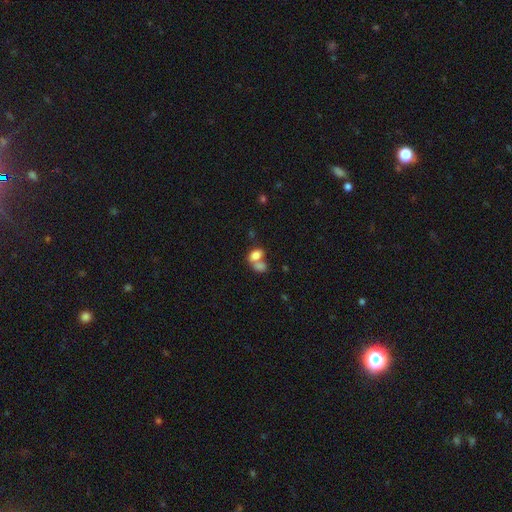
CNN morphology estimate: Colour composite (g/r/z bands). It shows a smooth galaxy with no disk features (79%) that is in between round and cigar-shaped (82%). Merging: merger (59%).